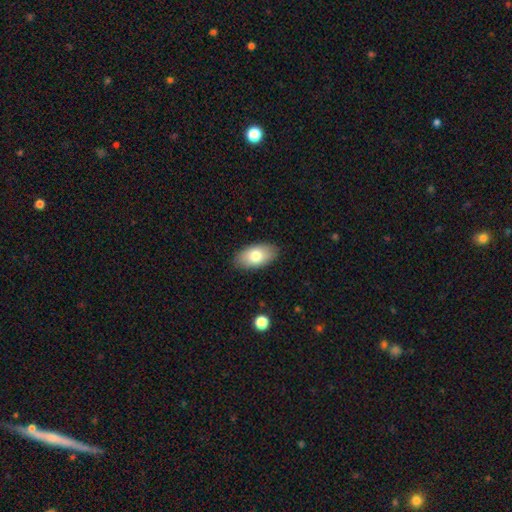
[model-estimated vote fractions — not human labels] Smooth or featured? smooth (78%)
How rounded? in between (94%)
Merging? none (87%)